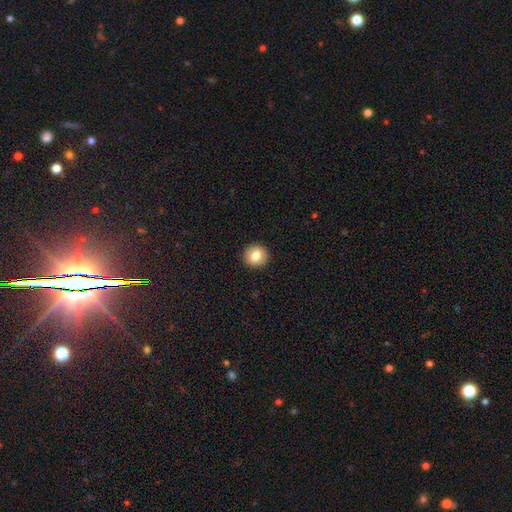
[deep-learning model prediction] smooth 83%, featured or disk 9%, star or artifact 8%. Down the decision tree: how rounded — round (91%); merging — none (93%).